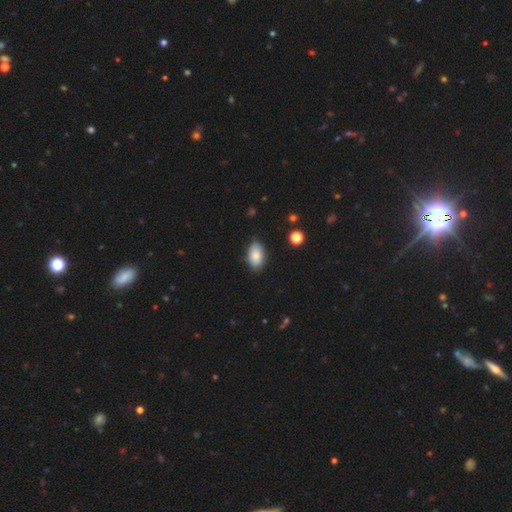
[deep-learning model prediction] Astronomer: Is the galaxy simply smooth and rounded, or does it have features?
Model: smooth — 82%.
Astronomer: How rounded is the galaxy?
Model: in between — 93%.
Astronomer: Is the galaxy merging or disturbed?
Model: none — 83%.